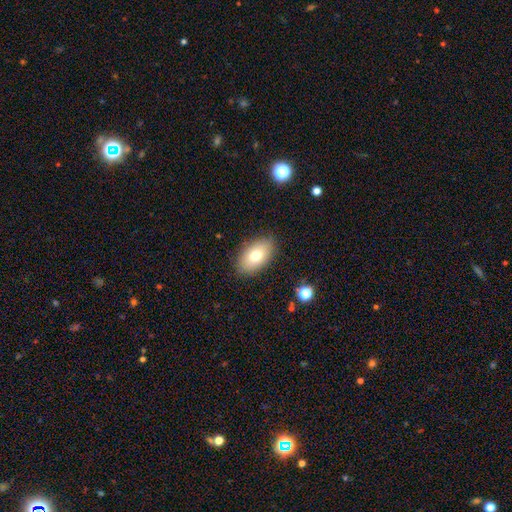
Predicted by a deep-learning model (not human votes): smooth-or-featured: smooth: 74% | featured or disk: 18% | star or artifact: 9%
  how-rounded: in between: 91% | round: 8% | cigar-shaped: 2%
  merging: none: 86% | minor disturbance: 11% | major disturbance: 3% | merger: 1%